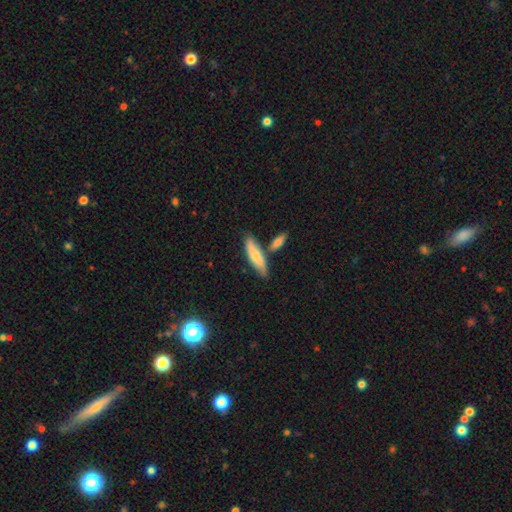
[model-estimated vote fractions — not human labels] A smooth galaxy with no disk features (65%) that is cigar-shaped (63%).

Vote fractions:
- Smooth or featured? smooth: 65% / featured or disk: 30% / star or artifact: 5%
- How rounded? cigar-shaped: 63% / in between: 35% / round: 2%
- Merging? none: 66% / merger: 18% / minor disturbance: 13% / major disturbance: 3%